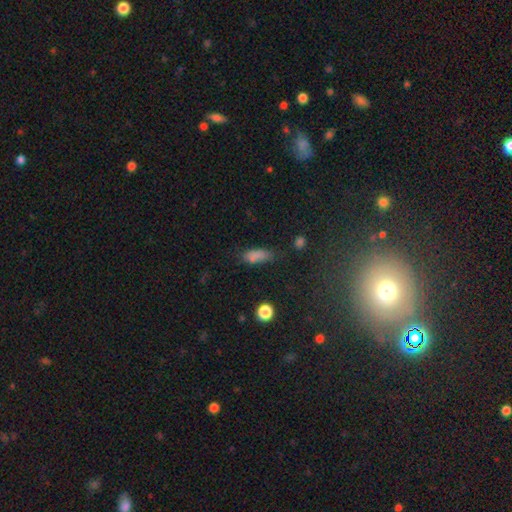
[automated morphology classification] smooth_or_featured: smooth (p=0.78) [alt: star or artifact p=0.13]
how_rounded: in between (p=0.68) [alt: cigar-shaped p=0.27]
merging: none (p=0.54) [alt: minor disturbance p=0.29]